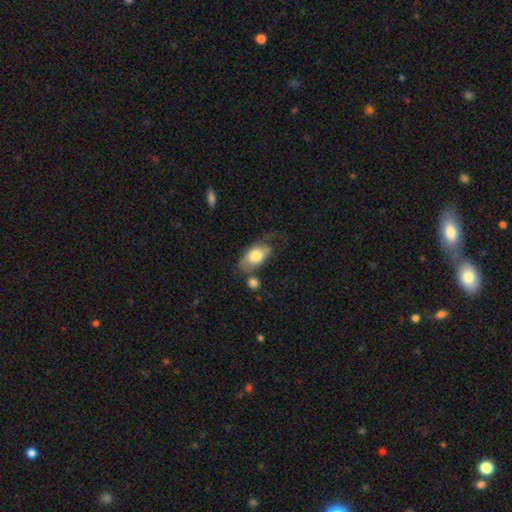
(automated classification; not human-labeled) This is likely a smooth galaxy (70%). How rounded: clearly in between (90%). Merging: marginally none (35%).